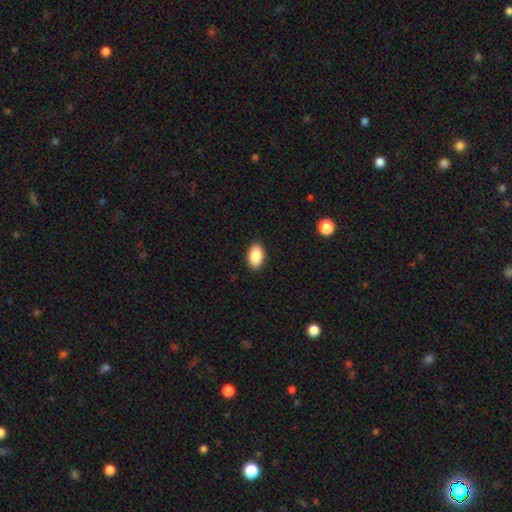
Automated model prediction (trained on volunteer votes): A smooth galaxy with no disk features (87%) that is in between round and cigar-shaped (91%).

Vote fractions:
- Smooth or featured? smooth: 87% / star or artifact: 7% / featured or disk: 5%
- How rounded? in between: 91% / round: 8% / cigar-shaped: 1%
- Merging? none: 90% / minor disturbance: 8% / major disturbance: 2% / merger: 1%